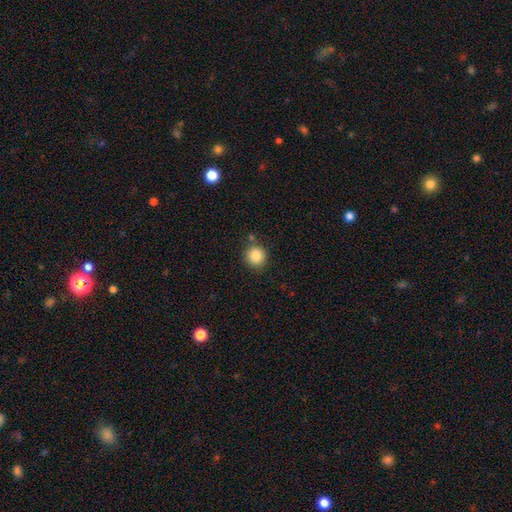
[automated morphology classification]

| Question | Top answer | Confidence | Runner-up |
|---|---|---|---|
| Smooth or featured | smooth | 85% | star or artifact (10%) |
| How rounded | round | 92% | in between (7%) |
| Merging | none | 82% | minor disturbance (10%) |